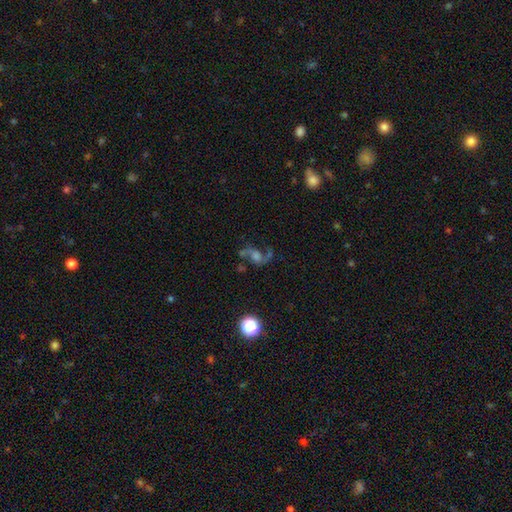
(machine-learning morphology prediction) A featured or disk galaxy (66%) with no bar (60%), 2 (88%) loose (67%) spiral arms (90%) and a moderate central bulge (34%). Merging: none (59%).